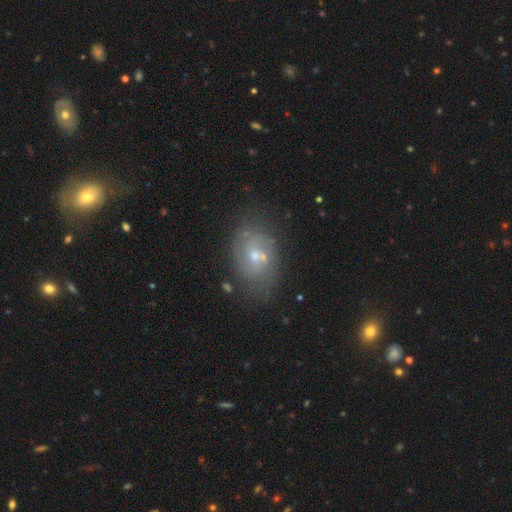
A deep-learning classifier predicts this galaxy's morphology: This appears to be a featured or disk galaxy (60%) with no bar (54%), spiral arms (70%) and a small central bulge (49%). Merging: none (69%).